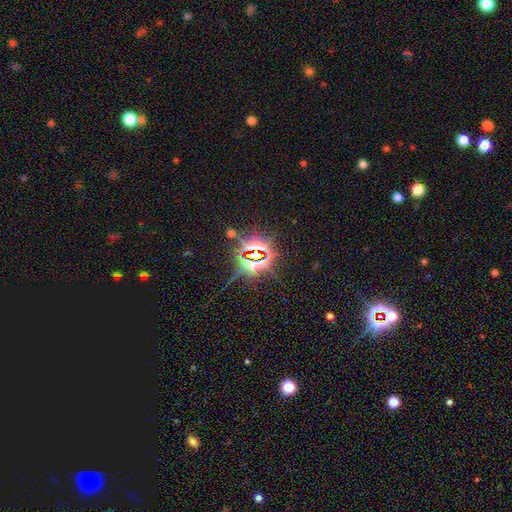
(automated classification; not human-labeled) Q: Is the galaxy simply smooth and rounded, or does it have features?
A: star or artifact — 83%.